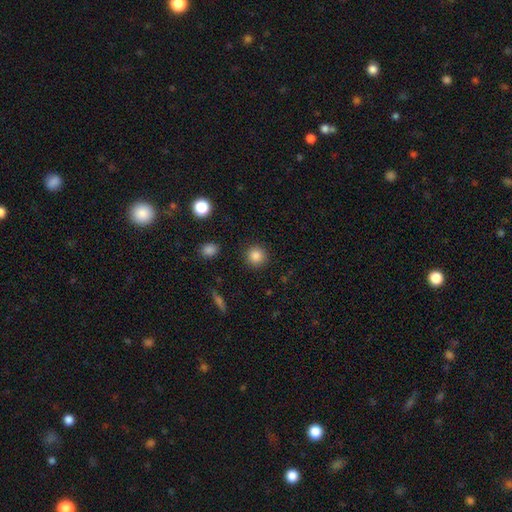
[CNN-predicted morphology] This appears to be a smooth galaxy with no disk features (85%) that is round (93%). Merging: none (91%).